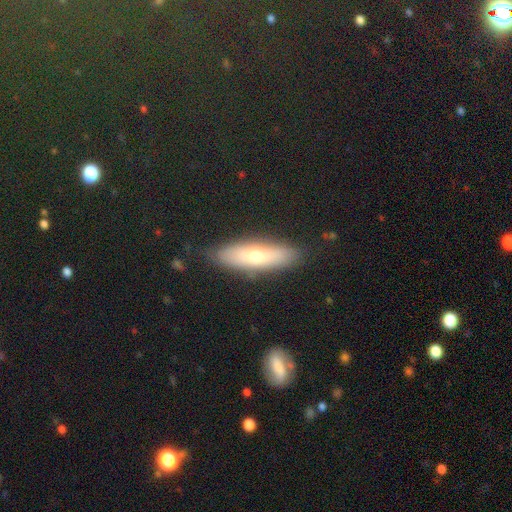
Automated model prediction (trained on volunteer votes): Smooth or featured? Predicted: smooth (p=0.59). How rounded? Predicted: cigar-shaped (p=0.54). Merging? Predicted: none (p=0.84).